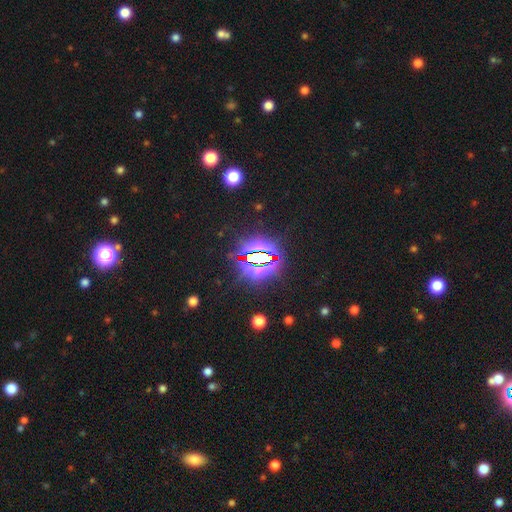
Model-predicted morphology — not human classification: Overall: star or artifact (82%).